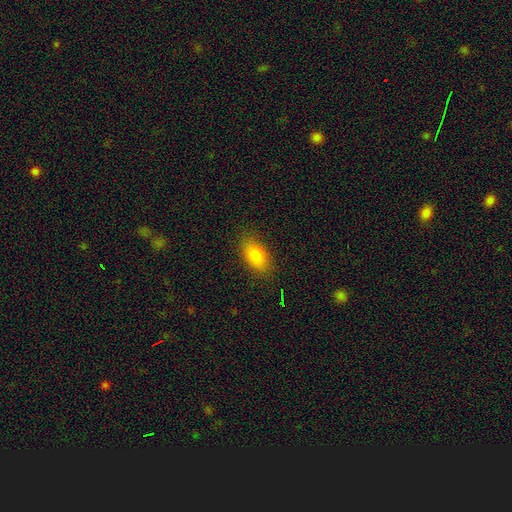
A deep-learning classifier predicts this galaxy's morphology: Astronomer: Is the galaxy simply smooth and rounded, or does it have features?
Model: smooth — 81%.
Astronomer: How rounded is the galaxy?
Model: in between — 89%.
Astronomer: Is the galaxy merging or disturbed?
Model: none — 85%.